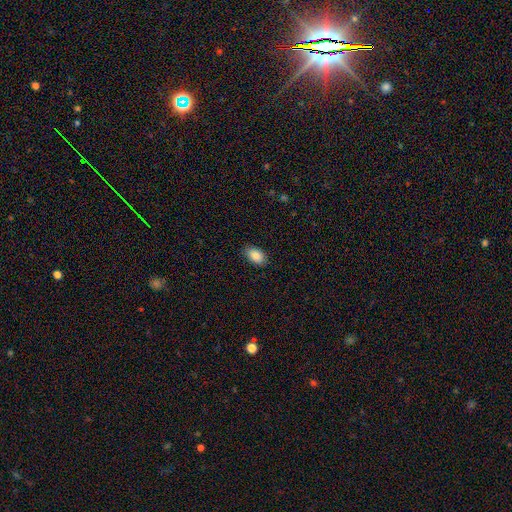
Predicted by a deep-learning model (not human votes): Smooth or featured? Predicted: smooth (p=0.87). How rounded? Predicted: in between (p=0.91). Merging? Predicted: none (p=0.87).